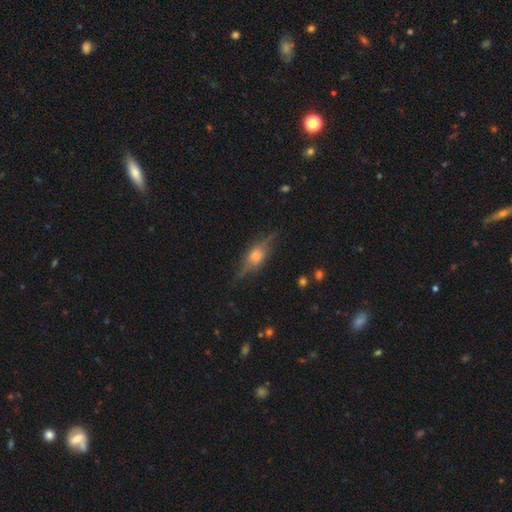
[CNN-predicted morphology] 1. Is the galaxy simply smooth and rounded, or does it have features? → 70% featured or disk, 22% smooth, 9% star or artifact.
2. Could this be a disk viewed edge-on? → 92% yes, 8% no.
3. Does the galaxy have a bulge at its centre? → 89% rounded, 8% boxy, 2% none.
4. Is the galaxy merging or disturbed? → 80% none, 14% minor disturbance, 4% major disturbance, 1% merger.